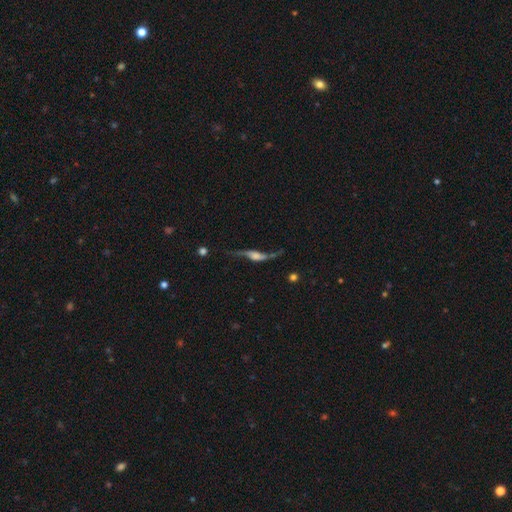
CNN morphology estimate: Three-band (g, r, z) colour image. It shows a featured or disk galaxy (77%). Merging: none (55%).